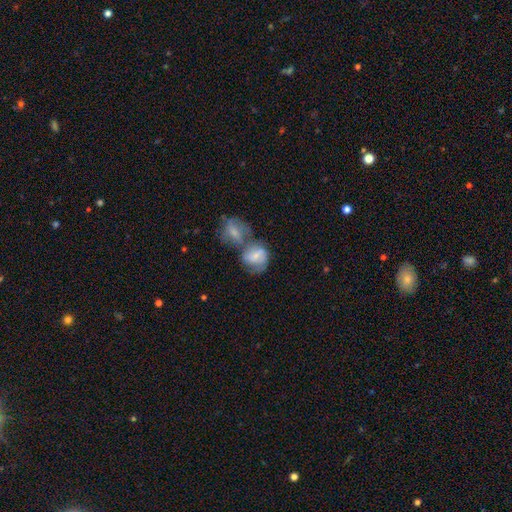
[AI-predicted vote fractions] Smooth or featured? Predicted: smooth (p=0.54). How rounded? Predicted: round (p=0.60). Merging? Predicted: merger (p=0.58).